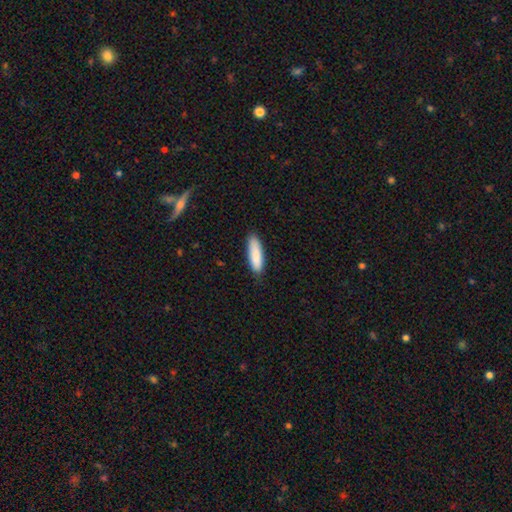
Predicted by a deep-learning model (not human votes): Q: Smooth or featured?
A: smooth (87%); runner-up: featured or disk (7%)
Q: How rounded?
A: cigar-shaped (58%); runner-up: in between (40%)
Q: Merging?
A: none (83%); runner-up: minor disturbance (13%)